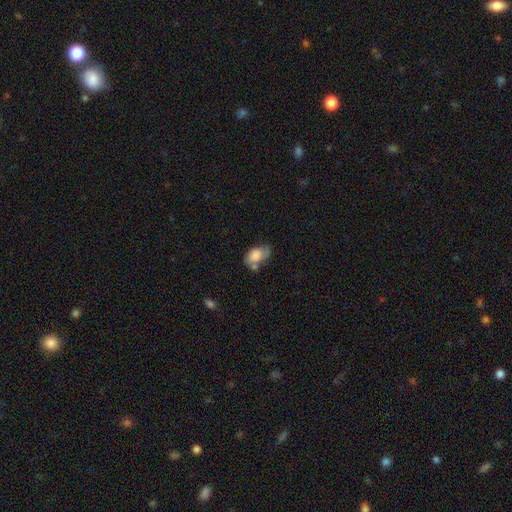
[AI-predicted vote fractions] The model was most divided on "merging": none: 32%, minor disturbance: 30%, merger: 19%, major disturbance: 19%. More confident: how rounded — in between (86%); smooth or featured — smooth (71%).